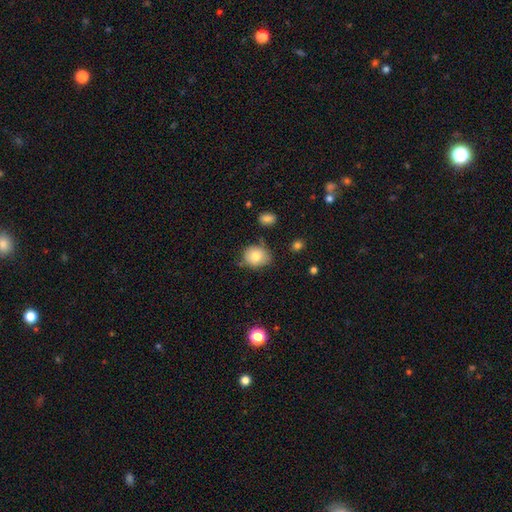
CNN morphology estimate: This appears to be a smooth galaxy with no disk features (78%) that is round (61%). Merging: none (66%).